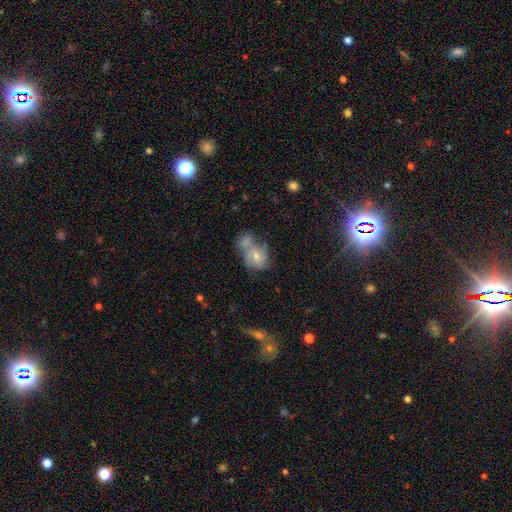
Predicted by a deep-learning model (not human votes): Q: Smooth or featured?
A: smooth (48%); runner-up: featured or disk (42%)
Q: Merging?
A: merger (51%); runner-up: none (26%)